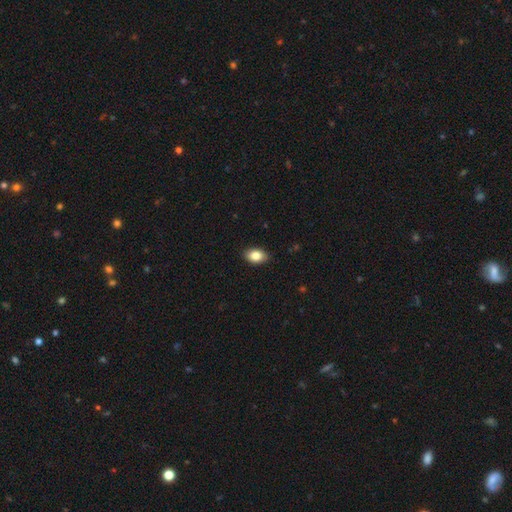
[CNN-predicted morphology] type=smooth (85%); roundness=in between (88%); merging=none (87%).